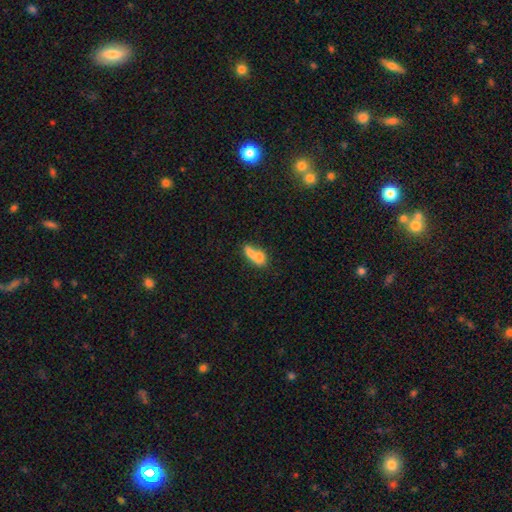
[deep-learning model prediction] Smooth or featured?
  - smooth: 70% *
  - featured or disk: 20%
  - star or artifact: 10%
How rounded?
  - in between: 66% *
  - cigar-shaped: 22%
  - round: 12%
Merging?
  - merger: 52% *
  - none: 28%
  - minor disturbance: 11%
  - major disturbance: 9%